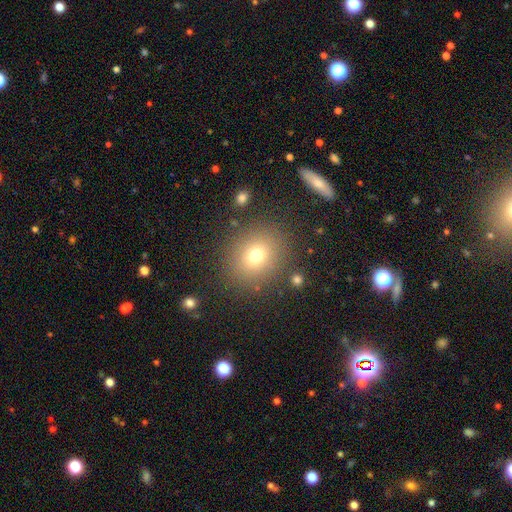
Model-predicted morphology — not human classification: A smooth galaxy with no disk features (72%) that is round (73%).

Vote fractions:
- Smooth or featured? smooth: 72% / star or artifact: 16% / featured or disk: 12%
- How rounded? round: 73% / in between: 26% / cigar-shaped: 1%
- Merging? none: 85% / minor disturbance: 9% / major disturbance: 4% / merger: 3%